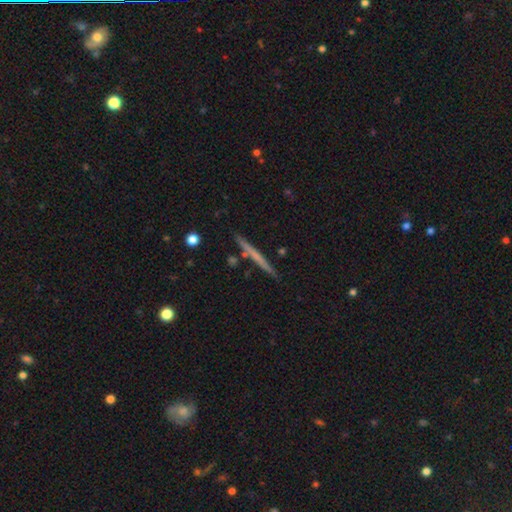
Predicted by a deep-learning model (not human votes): A featured or disk galaxy (48%).

Vote fractions:
- Smooth or featured? featured or disk: 48% / smooth: 46% / star or artifact: 6%
- Merging? none: 89% / minor disturbance: 7% / merger: 3% / major disturbance: 1%